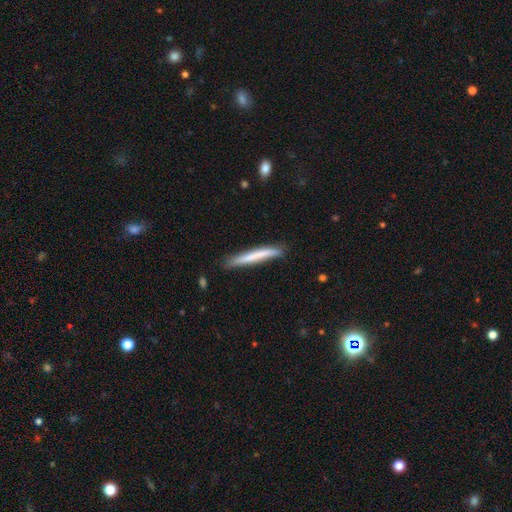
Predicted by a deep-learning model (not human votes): Smooth or featured?
  - smooth: 66% *
  - featured or disk: 29%
  - star or artifact: 5%
How rounded?
  - cigar-shaped: 96% *
  - in between: 3%
  - round: 1%
Merging?
  - none: 82% *
  - minor disturbance: 14%
  - major disturbance: 2%
  - merger: 2%